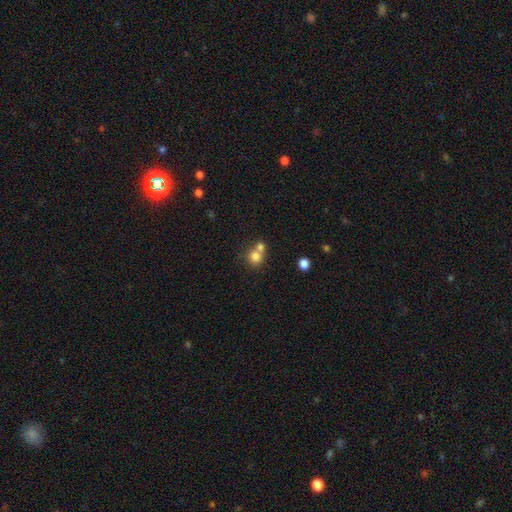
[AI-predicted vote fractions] Smooth or featured? smooth (78%)
How rounded? round (84%)
Merging? merger (50%)